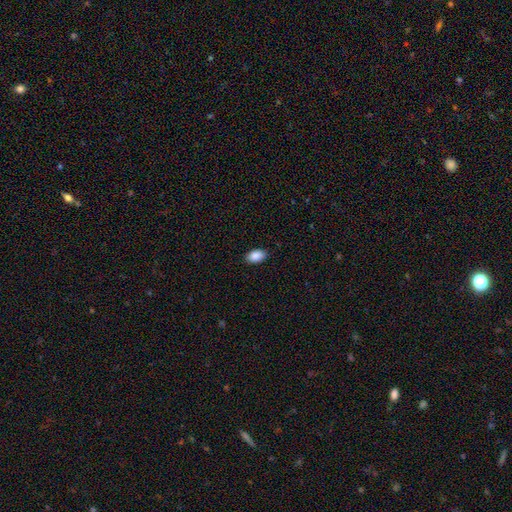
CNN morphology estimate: Overall: smooth (89%). How rounded: in between (92%). Merging: none (88%).